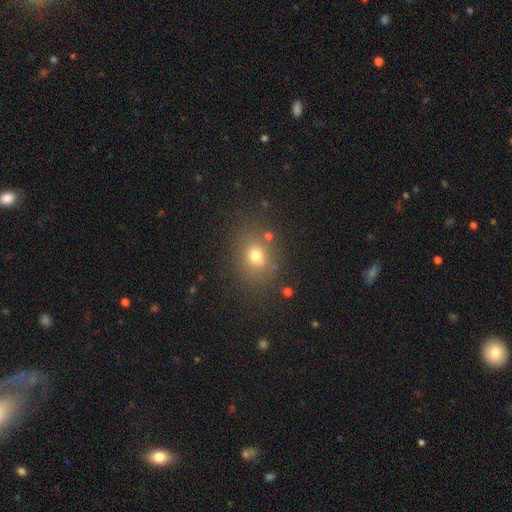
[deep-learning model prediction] Smooth or featured? smooth (71%)
How rounded? round (62%)
Merging? none (79%)